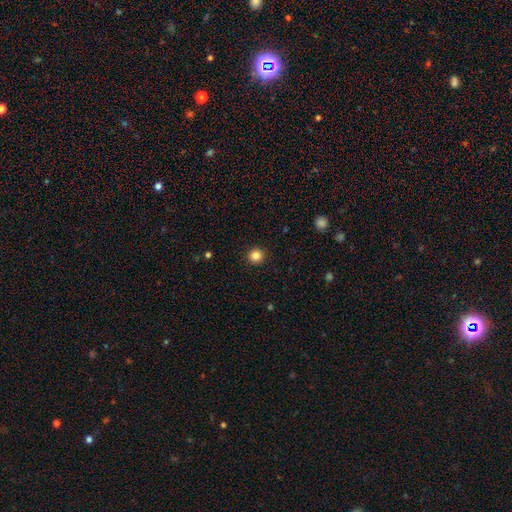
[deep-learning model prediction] The model was most divided on "smooth or featured": smooth: 85%, star or artifact: 11%, featured or disk: 4%. More confident: how rounded — round (94%); merging — none (93%).